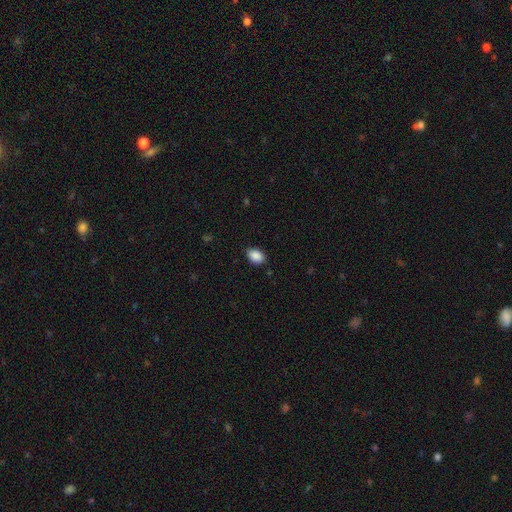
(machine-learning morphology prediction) This appears to be a smooth galaxy with no disk features (90%) that is in between round and cigar-shaped (82%). Merging: none (86%).